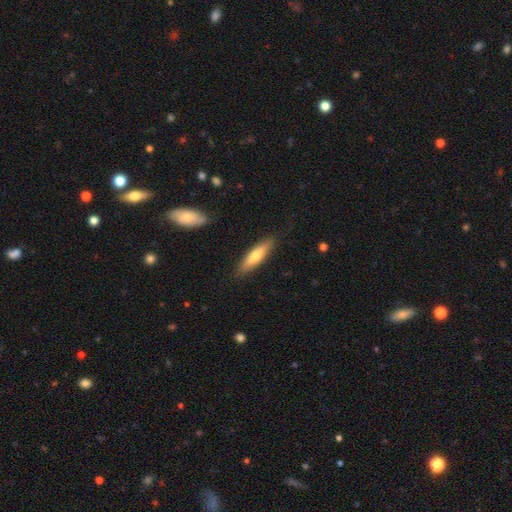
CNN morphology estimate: smooth-or-featured: smooth: 68% | featured or disk: 26% | star or artifact: 5%
  how-rounded: cigar-shaped: 69% | in between: 30% | round: 2%
  merging: none: 86% | minor disturbance: 10% | major disturbance: 2% | merger: 2%